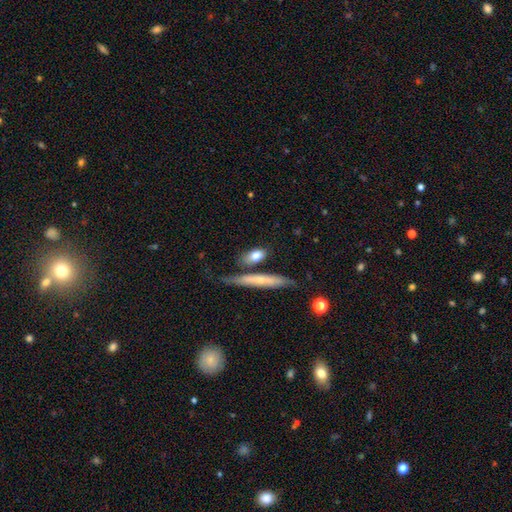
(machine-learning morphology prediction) smooth-or-featured: smooth: 73% | featured or disk: 21% | star or artifact: 6%
  how-rounded: in between: 54% | cigar-shaped: 36% | round: 10%
  merging: none: 65% | minor disturbance: 15% | merger: 15% | major disturbance: 5%